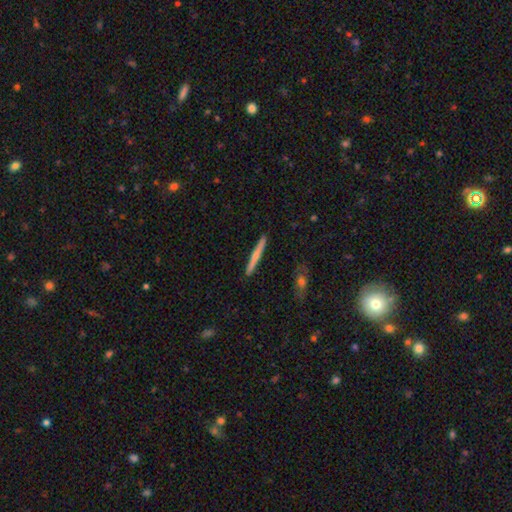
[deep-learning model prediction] Smooth or featured?
  - featured or disk: 51% *
  - smooth: 43%
  - star or artifact: 6%
Edge-on disk?
  - yes: 97% *
  - no: 3%
Merging?
  - none: 91% *
  - minor disturbance: 7%
  - merger: 1%
  - major disturbance: 1%